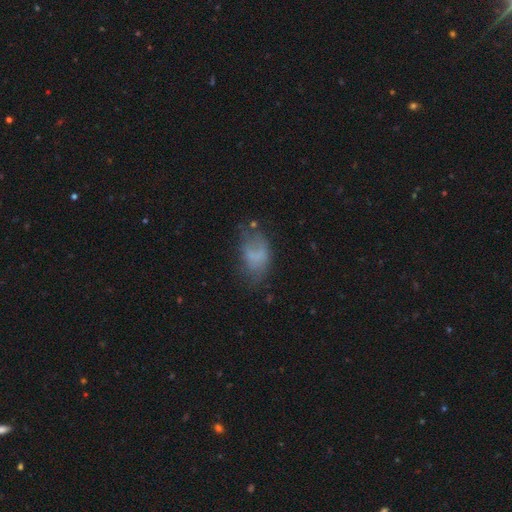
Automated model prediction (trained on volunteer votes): Smooth or featured? smooth (57%)
How rounded? in between (88%)
Merging? none (39%)